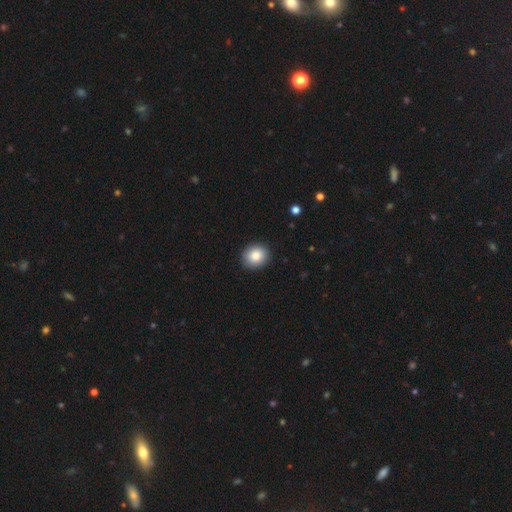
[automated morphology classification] Smooth or featured?
  - smooth: 86% *
  - star or artifact: 8%
  - featured or disk: 6%
How rounded?
  - round: 77% *
  - in between: 22%
  - cigar-shaped: 1%
Merging?
  - none: 90% *
  - minor disturbance: 7%
  - major disturbance: 2%
  - merger: 1%